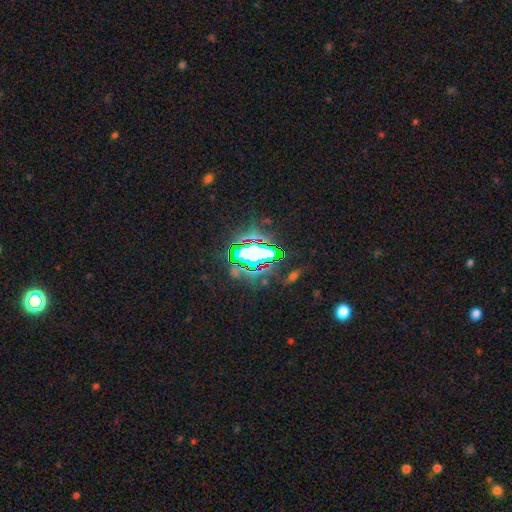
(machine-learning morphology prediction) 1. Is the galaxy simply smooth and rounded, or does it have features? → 66% star or artifact, 19% smooth, 15% featured or disk.